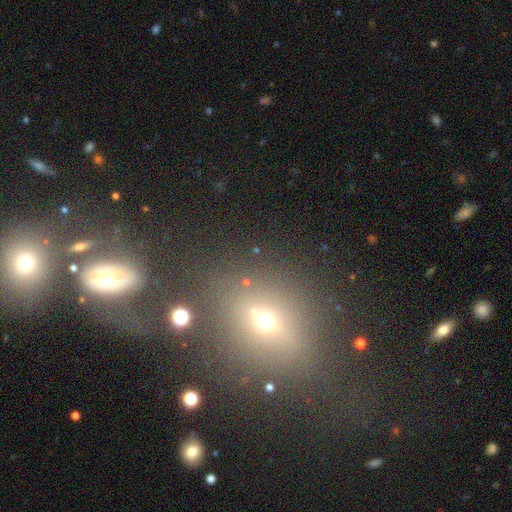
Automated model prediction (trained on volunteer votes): Smooth or featured?
  - smooth: 44% *
  - star or artifact: 31%
  - featured or disk: 25%
Merging?
  - none: 62% *
  - merger: 14%
  - minor disturbance: 13%
  - major disturbance: 10%